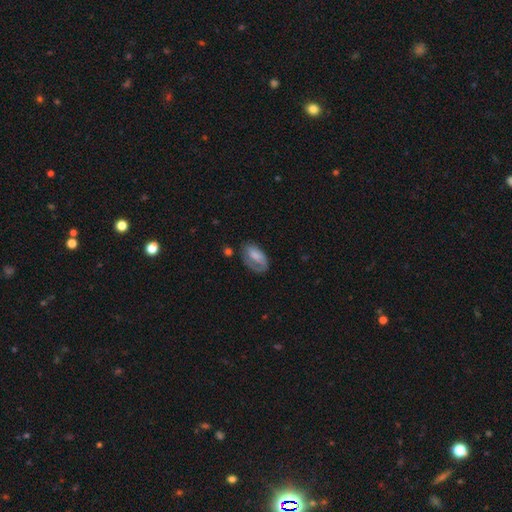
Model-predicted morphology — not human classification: Q: Smooth or featured?
A: smooth (57%); runner-up: featured or disk (36%)
Q: How rounded?
A: in between (91%); runner-up: round (6%)
Q: Merging?
A: none (45%); runner-up: minor disturbance (28%)